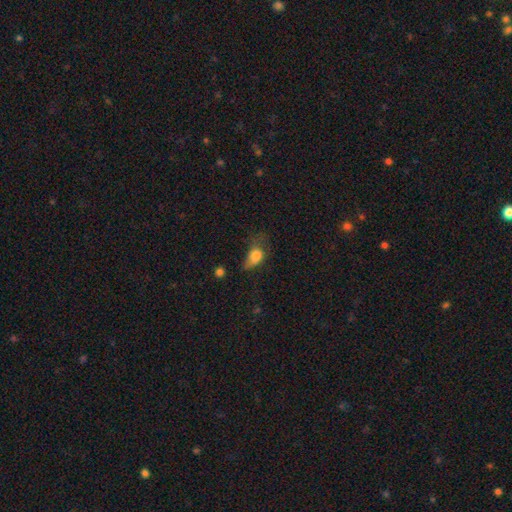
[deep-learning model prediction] smooth-or-featured: smooth: 76% | featured or disk: 14% | star or artifact: 11%
  how-rounded: in between: 73% | round: 23% | cigar-shaped: 4%
  merging: major disturbance: 42% | minor disturbance: 31% | none: 23% | merger: 4%